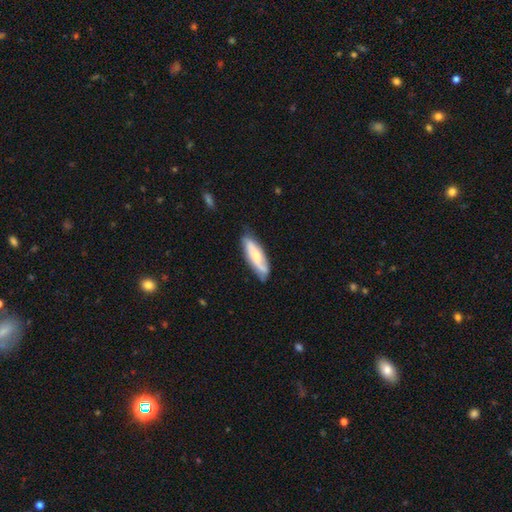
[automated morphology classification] Smooth or featured?
  - featured or disk: 48% *
  - smooth: 46%
  - star or artifact: 6%
Merging?
  - none: 74% *
  - minor disturbance: 20%
  - major disturbance: 4%
  - merger: 2%